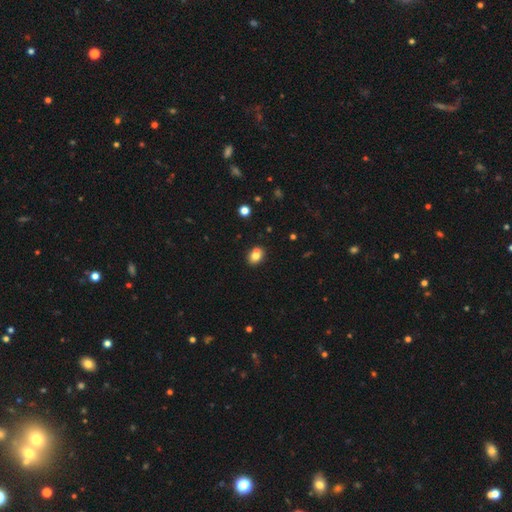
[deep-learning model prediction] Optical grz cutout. It shows a smooth galaxy with no disk features (80%) that is in between round and cigar-shaped (57%). Merging: none (72%).